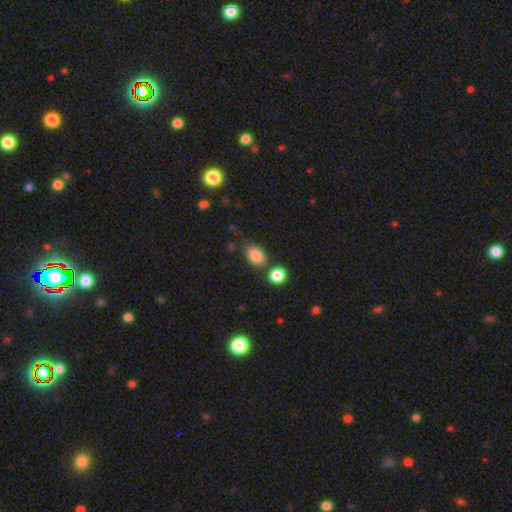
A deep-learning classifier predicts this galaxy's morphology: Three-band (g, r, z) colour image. It shows a smooth galaxy with no disk features (85%) that is in between round and cigar-shaped (75%). Merging: none (65%).